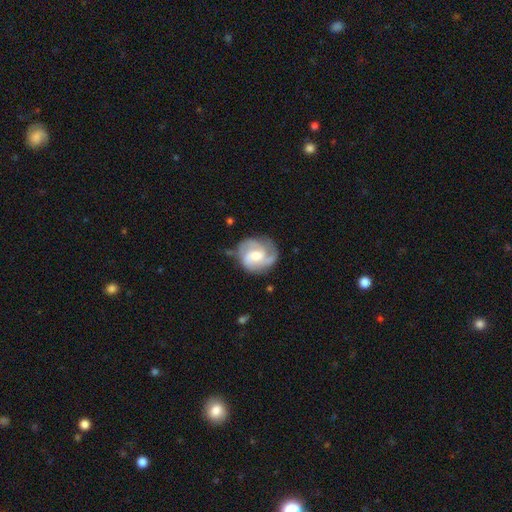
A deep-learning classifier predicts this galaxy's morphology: Smooth or featured? Predicted: featured or disk (p=0.80). Edge-on disk? Predicted: no (p=0.98). Bar? Predicted: weak (p=0.45). Spiral arms? Predicted: yes (p=0.95). Spiral winding? Predicted: medium (p=0.47). Spiral arm count? Predicted: 3 (p=0.38, tied with 2). Bulge size? Predicted: moderate (p=0.58). Merging? Predicted: none (p=0.67).